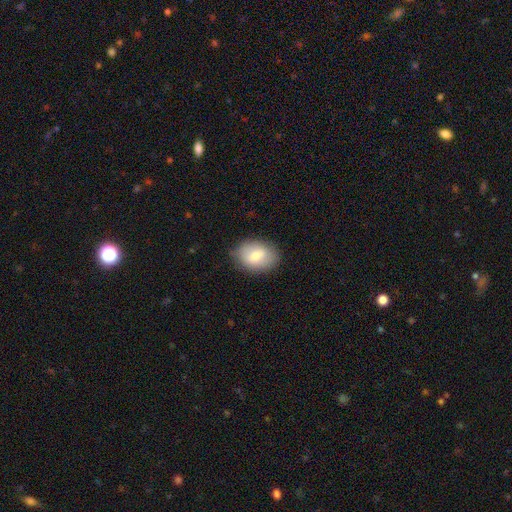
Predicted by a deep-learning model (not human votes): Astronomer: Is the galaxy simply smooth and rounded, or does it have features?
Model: smooth — 73%.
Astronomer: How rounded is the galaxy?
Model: in between — 77%.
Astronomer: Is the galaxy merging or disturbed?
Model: none — 81%.